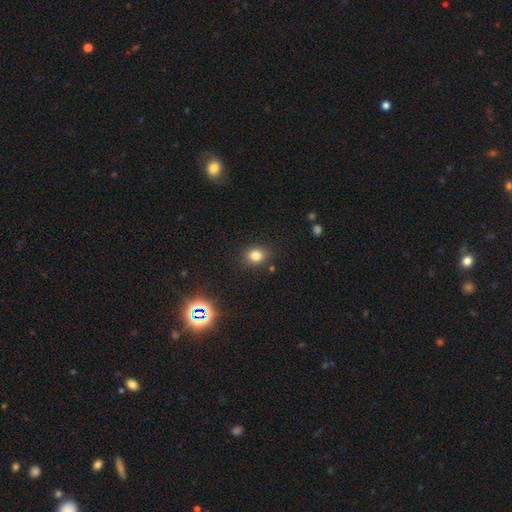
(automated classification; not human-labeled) Overall: smooth (80%). How rounded: round (65%; in between 34%). Merging: none (86%).